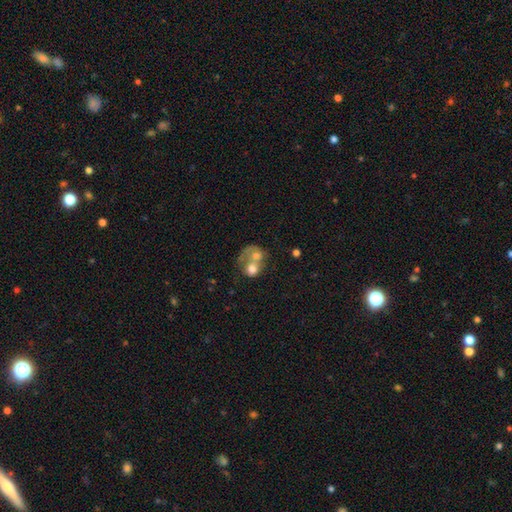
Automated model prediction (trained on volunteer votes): Smooth or featured?
  - smooth: 57% *
  - featured or disk: 34%
  - star or artifact: 9%
How rounded?
  - round: 60% *
  - in between: 39%
  - cigar-shaped: 1%
Merging?
  - merger: 75% *
  - none: 11%
  - major disturbance: 9%
  - minor disturbance: 5%